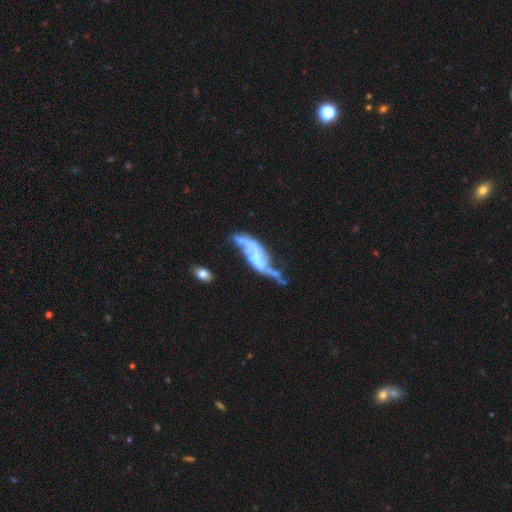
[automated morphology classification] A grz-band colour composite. It shows a featured or disk galaxy (74%) with no bar (51%), spiral arms (75%) and no central bulge (55%). Merging: major disturbance (32%).